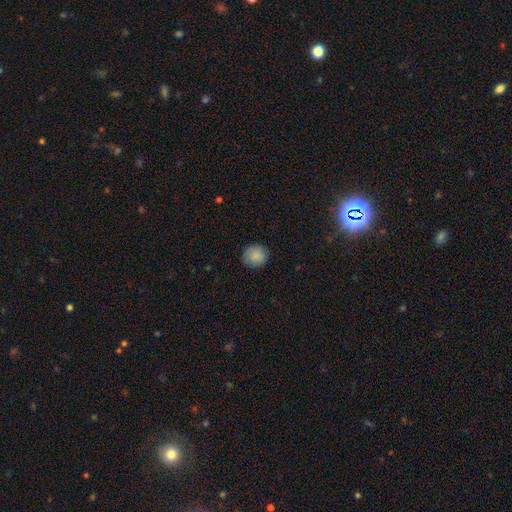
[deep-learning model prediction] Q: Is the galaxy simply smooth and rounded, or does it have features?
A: smooth — 87%.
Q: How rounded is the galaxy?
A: round — 89%.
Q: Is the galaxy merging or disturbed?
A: none — 86%.